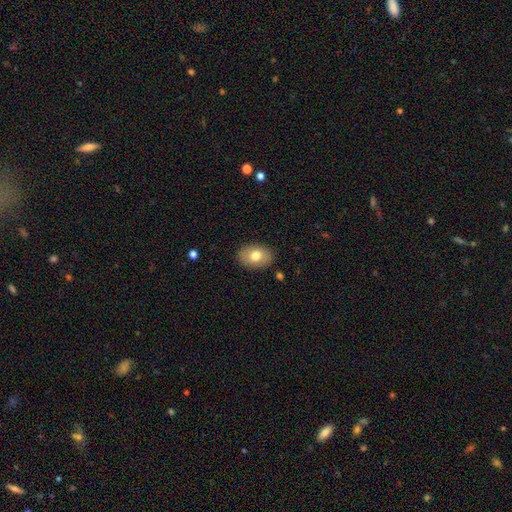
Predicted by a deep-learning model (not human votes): Morphology: type=smooth (75%); roundness=in between (80%); merging=none (88%).